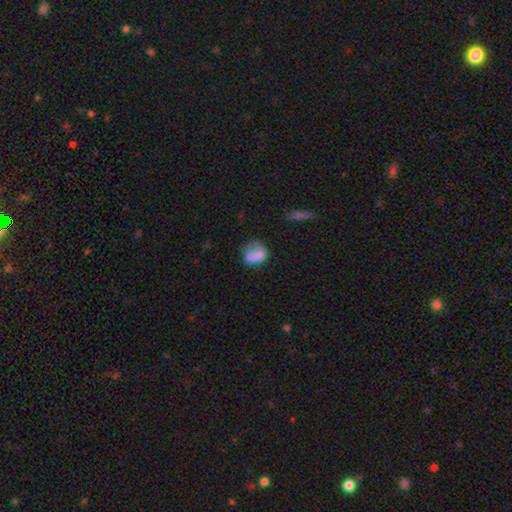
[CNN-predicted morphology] A smooth galaxy with no disk features (74%) that is in between round and cigar-shaped (50%).

Vote fractions:
- Smooth or featured? smooth: 74% / featured or disk: 17% / star or artifact: 10%
- How rounded? in between: 50% / round: 48% / cigar-shaped: 2%
- Merging? none: 41% / minor disturbance: 28% / major disturbance: 24% / merger: 7%